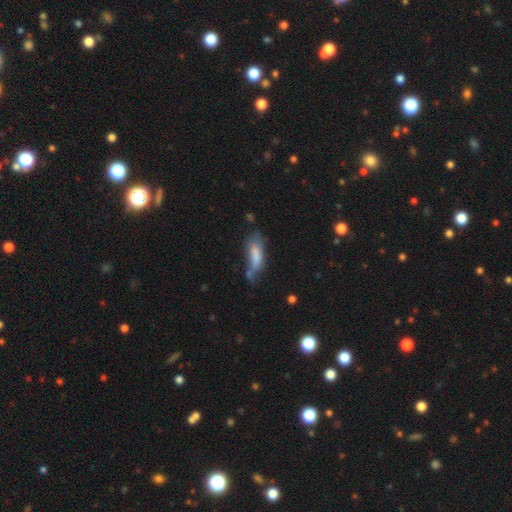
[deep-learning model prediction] A smooth galaxy with no disk features (72%) that is in between round and cigar-shaped (56%).

Vote fractions:
- Smooth or featured? smooth: 72% / featured or disk: 20% / star or artifact: 8%
- How rounded? in between: 56% / cigar-shaped: 42% / round: 2%
- Merging? none: 34% / minor disturbance: 31% / major disturbance: 21% / merger: 14%